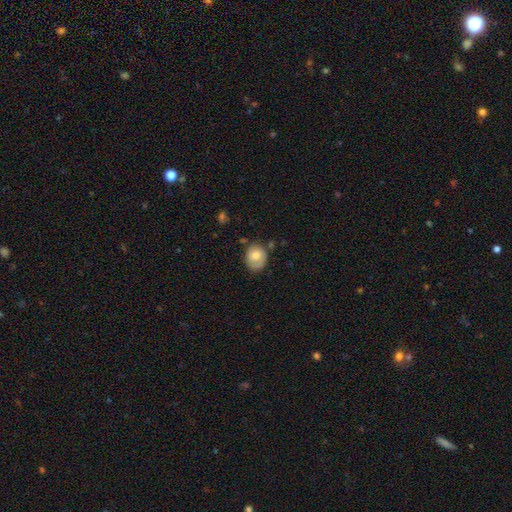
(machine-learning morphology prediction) Smooth or featured?
  - smooth: 66% *
  - featured or disk: 26%
  - star or artifact: 7%
How rounded?
  - round: 54% *
  - in between: 45%
  - cigar-shaped: 1%
Merging?
  - none: 58% *
  - minor disturbance: 28%
  - major disturbance: 9%
  - merger: 4%